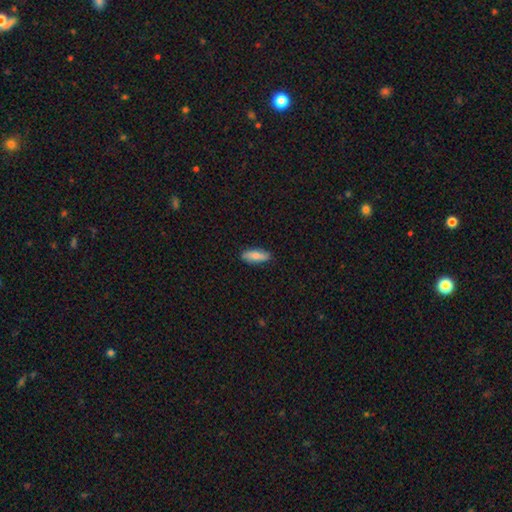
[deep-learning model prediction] Smooth or featured? smooth (81%)
How rounded? in between (68%)
Merging? none (87%)